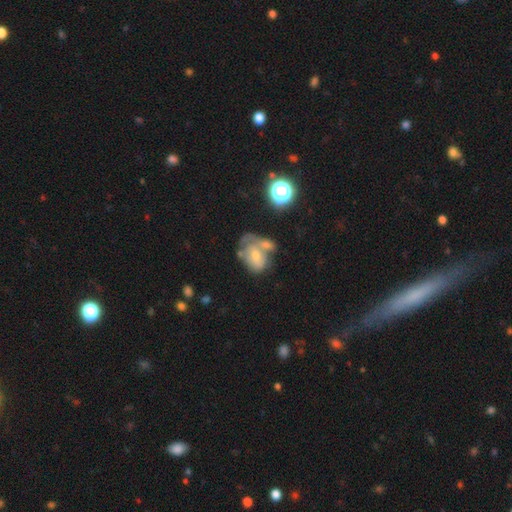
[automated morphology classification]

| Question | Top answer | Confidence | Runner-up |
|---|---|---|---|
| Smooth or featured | smooth | 45% | tied: featured or disk (45%) |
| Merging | merger | 40% | none (24%) |